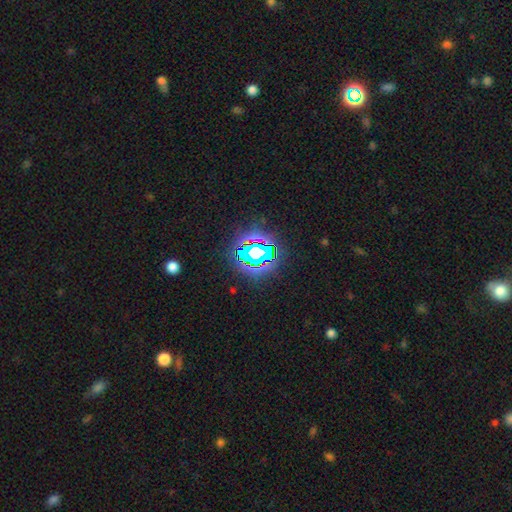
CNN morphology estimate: type=star or artifact (77%).